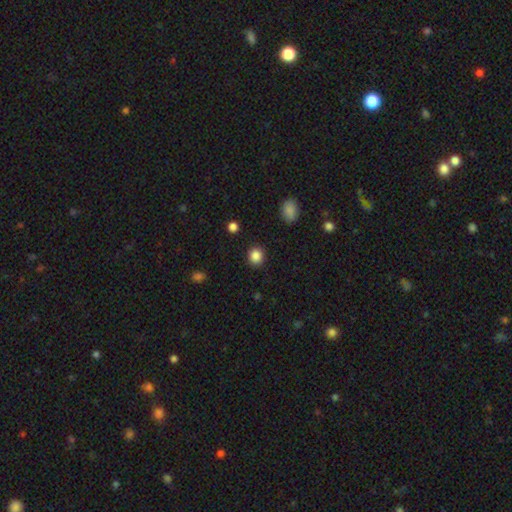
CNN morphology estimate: smooth-or-featured: smooth: 86% | star or artifact: 10% | featured or disk: 3%
  how-rounded: round: 83% | in between: 16% | cigar-shaped: 1%
  merging: none: 90% | minor disturbance: 6% | major disturbance: 2% | merger: 1%